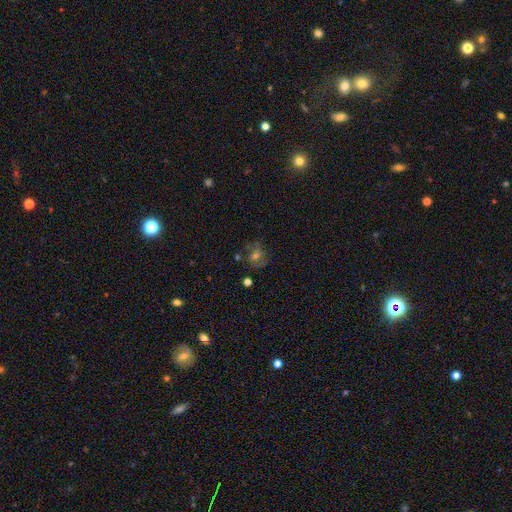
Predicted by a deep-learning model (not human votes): Q: Smooth or featured?
A: featured or disk (44%); runner-up: smooth (33%)
Q: Merging?
A: none (68%); runner-up: minor disturbance (17%)